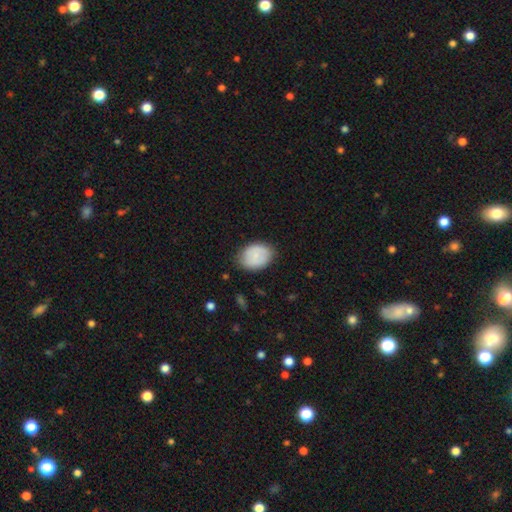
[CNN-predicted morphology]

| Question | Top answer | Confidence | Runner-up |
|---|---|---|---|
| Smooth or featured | smooth | 74% | featured or disk (20%) |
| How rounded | in between | 68% | round (31%) |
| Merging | none | 77% | minor disturbance (18%) |